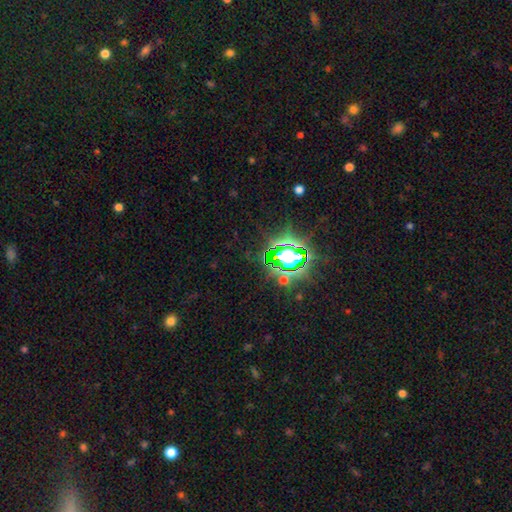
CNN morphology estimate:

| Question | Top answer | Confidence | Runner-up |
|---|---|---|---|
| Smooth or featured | star or artifact | 79% | smooth (13%) |